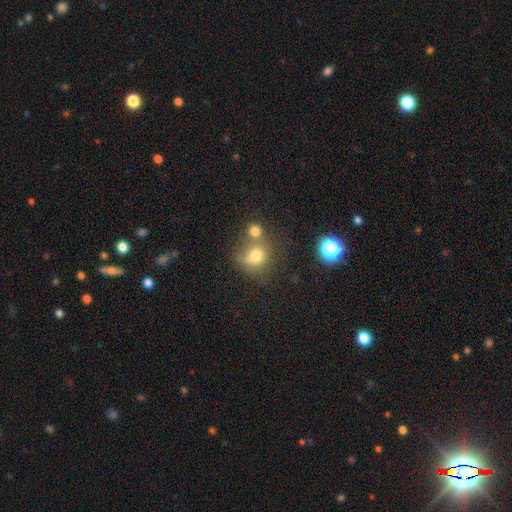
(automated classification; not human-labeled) Q: Smooth or featured?
A: smooth (72%); runner-up: star or artifact (16%)
Q: How rounded?
A: round (83%); runner-up: in between (16%)
Q: Merging?
A: none (48%); runner-up: merger (31%)